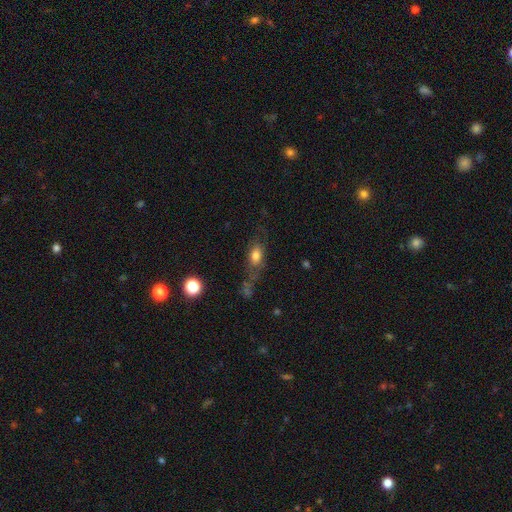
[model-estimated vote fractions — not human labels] Smooth or featured? smooth (64%)
How rounded? in between (71%)
Merging? none (43%)